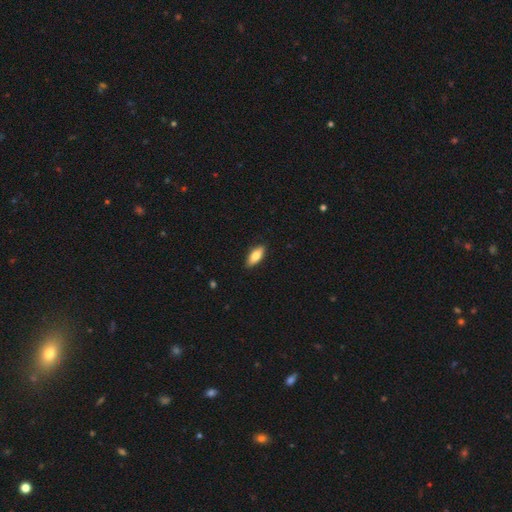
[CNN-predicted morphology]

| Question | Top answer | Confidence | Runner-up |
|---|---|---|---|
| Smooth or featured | smooth | 76% | featured or disk (18%) |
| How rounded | in between | 74% | cigar-shaped (24%) |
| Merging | none | 88% | minor disturbance (9%) |